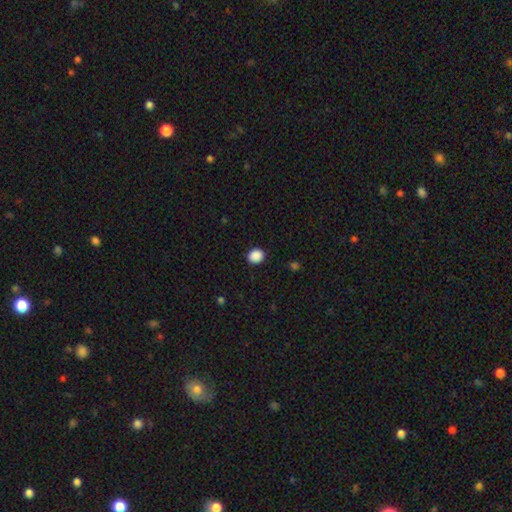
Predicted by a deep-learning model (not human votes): Smooth or featured: smooth — 89% (star or artifact — 9%)
How rounded: round — 72% (in between — 27%)
Merging: none — 91% (minor disturbance — 6%)